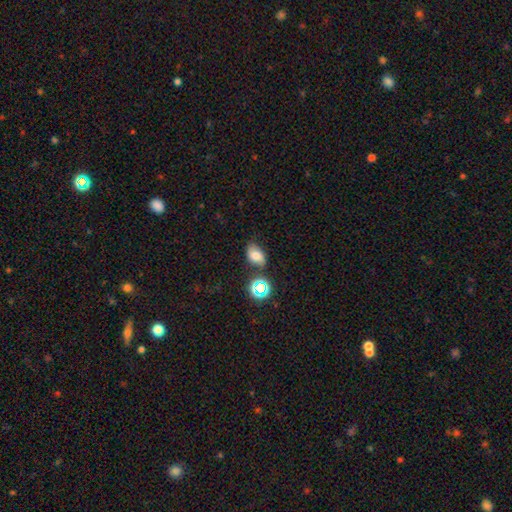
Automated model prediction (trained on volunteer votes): A smooth galaxy with no disk features (67%) that is in between round and cigar-shaped (81%). Merging: none (65%).